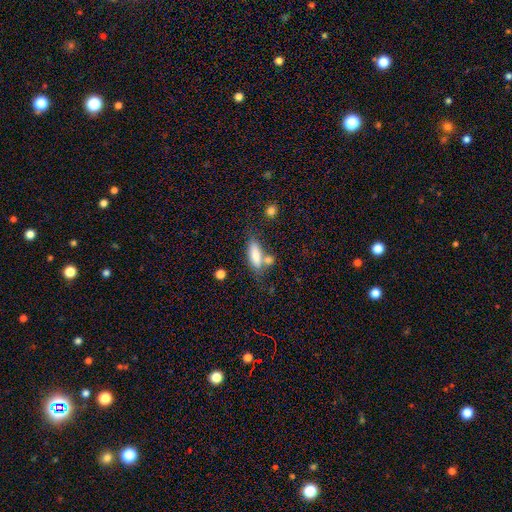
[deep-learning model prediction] smooth 79%, featured or disk 13%, star or artifact 8%. Down the decision tree: how rounded — in between (63%); merging — none (51%).